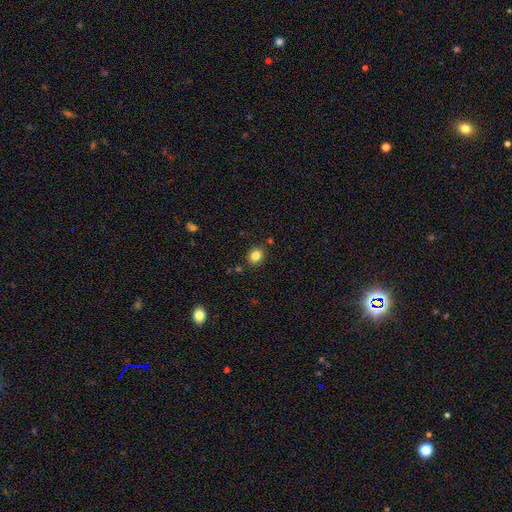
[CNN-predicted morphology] Smooth or featured? smooth (83%)
How rounded? round (59%)
Merging? none (85%)